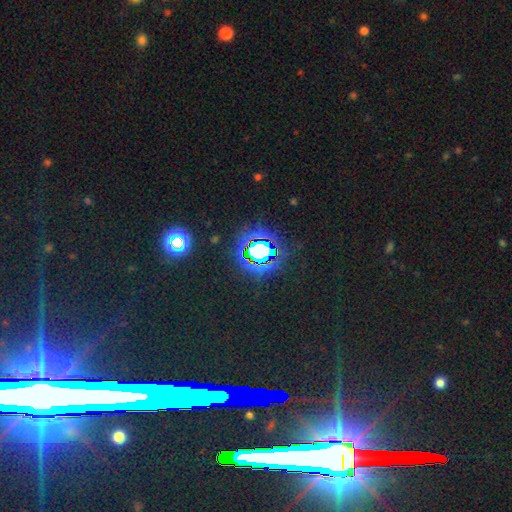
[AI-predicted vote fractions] smooth-or-featured: star or artifact: 72% | smooth: 17% | featured or disk: 11%